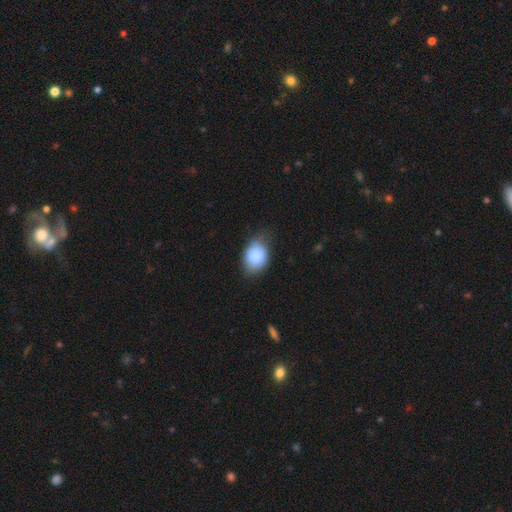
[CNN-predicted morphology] Smooth or featured? Predicted: smooth (p=0.86). How rounded? Predicted: in between (p=0.69). Merging? Predicted: none (p=0.56).